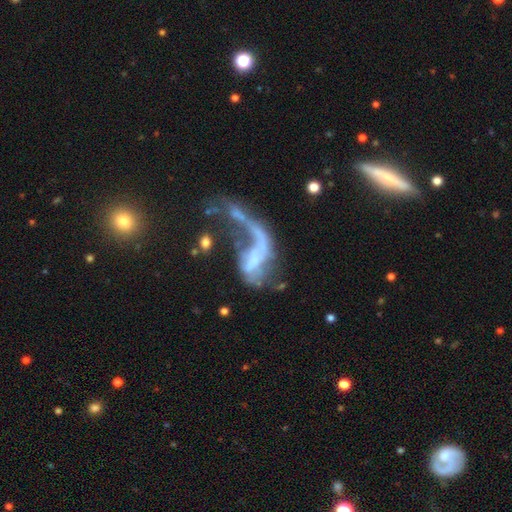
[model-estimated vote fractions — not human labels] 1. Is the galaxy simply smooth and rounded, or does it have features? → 68% featured or disk, 19% smooth, 13% star or artifact.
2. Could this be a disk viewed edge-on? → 95% no, 5% yes.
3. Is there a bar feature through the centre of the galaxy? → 59% no, 25% weak, 16% strong.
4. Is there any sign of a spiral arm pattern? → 51% yes, 49% no.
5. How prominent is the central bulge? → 60% none, 22% small, 11% moderate, 4% large, 2% dominant.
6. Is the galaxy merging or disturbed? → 51% major disturbance, 25% merger, 15% none, 9% minor disturbance.